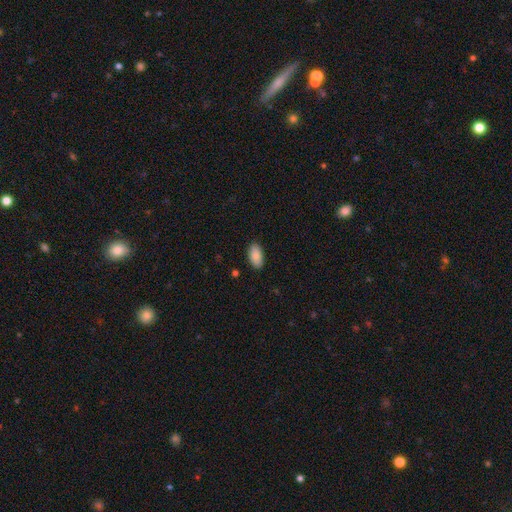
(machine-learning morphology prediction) Smooth or featured? smooth (87%)
How rounded? in between (94%)
Merging? none (88%)